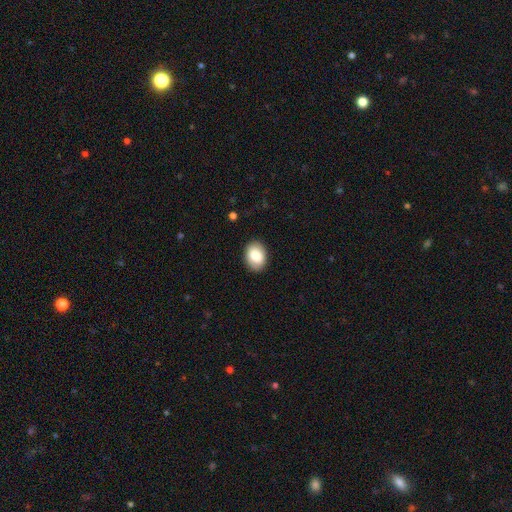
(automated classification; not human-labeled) Smooth or featured?
  - smooth: 84% *
  - featured or disk: 9%
  - star or artifact: 7%
How rounded?
  - in between: 76% *
  - round: 23%
  - cigar-shaped: 1%
Merging?
  - none: 88% *
  - minor disturbance: 9%
  - major disturbance: 2%
  - merger: 1%